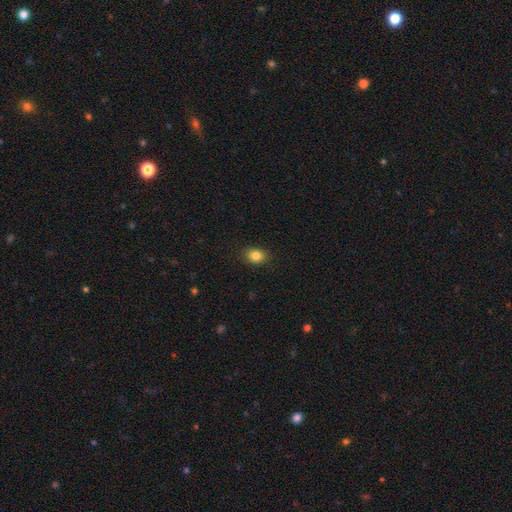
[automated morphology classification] Smooth or featured? smooth (84%)
How rounded? round (49%, tied with in between)
Merging? none (89%)